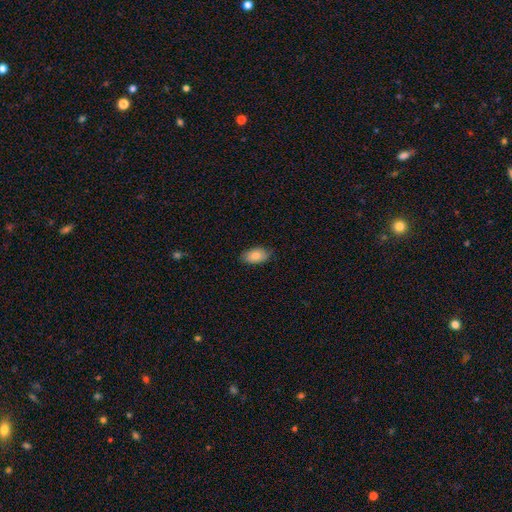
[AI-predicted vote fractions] The model was most divided on "merging": none: 83%, minor disturbance: 14%, major disturbance: 2%, merger: 1%. More confident: how rounded — in between (93%); smooth or featured — smooth (82%).